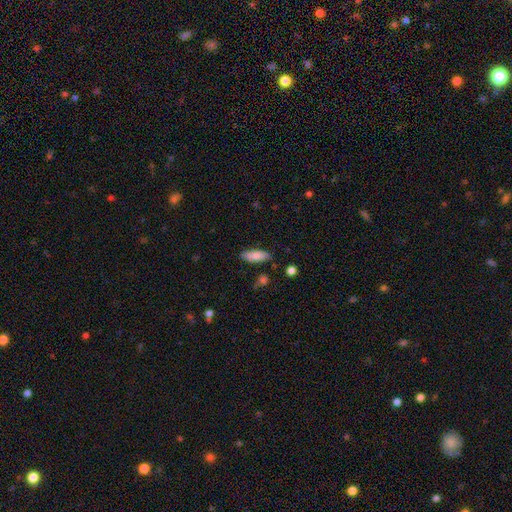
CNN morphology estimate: Smooth or featured?
  - smooth: 84% *
  - featured or disk: 9%
  - star or artifact: 7%
How rounded?
  - in between: 61% *
  - cigar-shaped: 37%
  - round: 2%
Merging?
  - none: 80% *
  - minor disturbance: 14%
  - major disturbance: 3%
  - merger: 3%